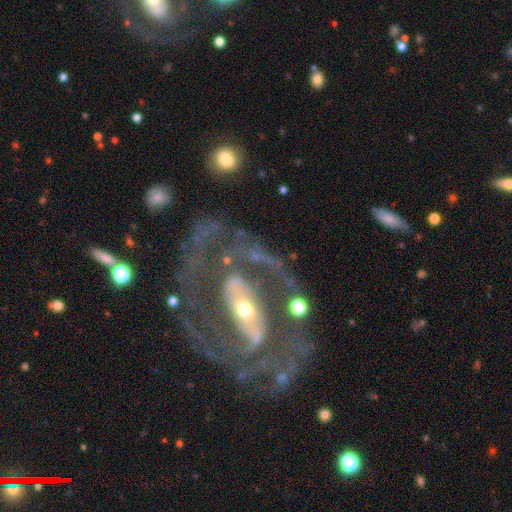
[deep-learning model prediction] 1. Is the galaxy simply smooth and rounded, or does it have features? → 89% featured or disk, 6% smooth, 5% star or artifact.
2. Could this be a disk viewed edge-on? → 96% no, 4% yes.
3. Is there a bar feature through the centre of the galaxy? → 47% strong, 29% weak, 24% no.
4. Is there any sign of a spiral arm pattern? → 91% yes, 9% no.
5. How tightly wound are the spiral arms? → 47% medium, 39% tight, 14% loose.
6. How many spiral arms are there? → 78% 2, 8% can't tell, 6% 3, 3% 1, 3% 4, 2% more than 4.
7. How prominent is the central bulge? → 48% small, 46% moderate, 4% large, 1% dominant, 1% none.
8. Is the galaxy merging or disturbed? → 67% none, 15% minor disturbance, 14% major disturbance, 3% merger.